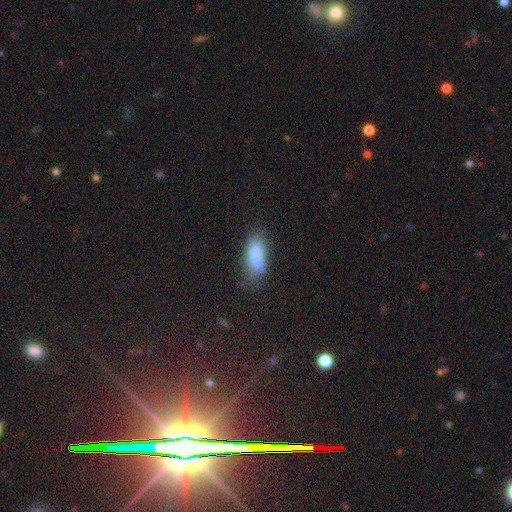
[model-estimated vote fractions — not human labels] This appears to be a smooth galaxy with no disk features (83%) that is in between round and cigar-shaped (76%). Merging: none (57%).